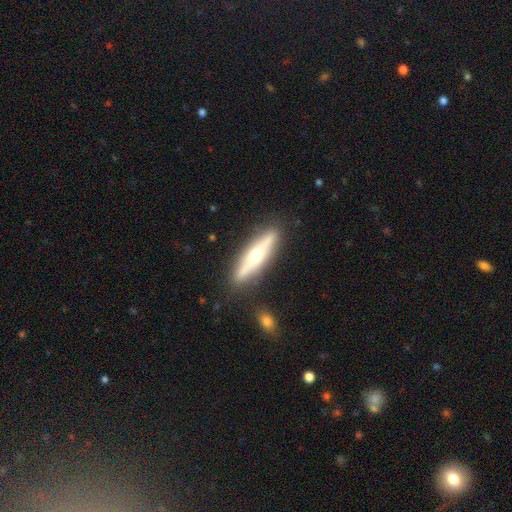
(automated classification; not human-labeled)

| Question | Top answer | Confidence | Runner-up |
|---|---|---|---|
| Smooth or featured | featured or disk | 60% | smooth (34%) |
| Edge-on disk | yes | 88% | no (12%) |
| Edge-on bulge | rounded | 89% | none (6%) |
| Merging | none | 83% | minor disturbance (11%) |